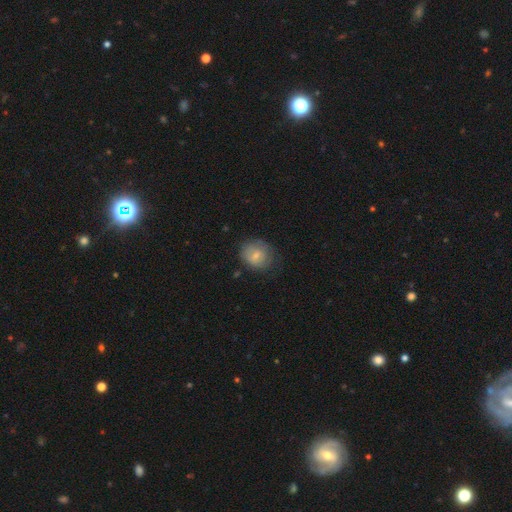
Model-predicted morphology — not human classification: A smooth galaxy with no disk features (72%) that is round (67%).

Vote fractions:
- Smooth or featured? smooth: 72% / featured or disk: 20% / star or artifact: 8%
- How rounded? round: 67% / in between: 32% / cigar-shaped: 1%
- Merging? none: 65% / minor disturbance: 24% / major disturbance: 10% / merger: 2%